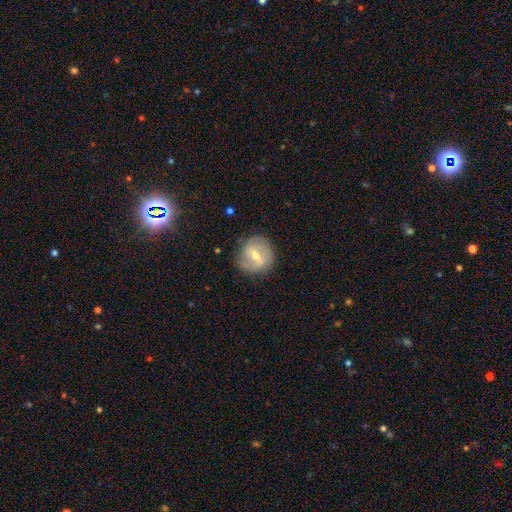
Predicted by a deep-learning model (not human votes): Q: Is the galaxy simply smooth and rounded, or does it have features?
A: featured or disk — 59%.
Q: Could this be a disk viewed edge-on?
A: no — 95%.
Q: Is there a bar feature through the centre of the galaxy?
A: weak — 50%.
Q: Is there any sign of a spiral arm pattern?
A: yes — 60%.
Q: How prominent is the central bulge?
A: moderate — 59%.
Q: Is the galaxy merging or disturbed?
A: none — 78%.